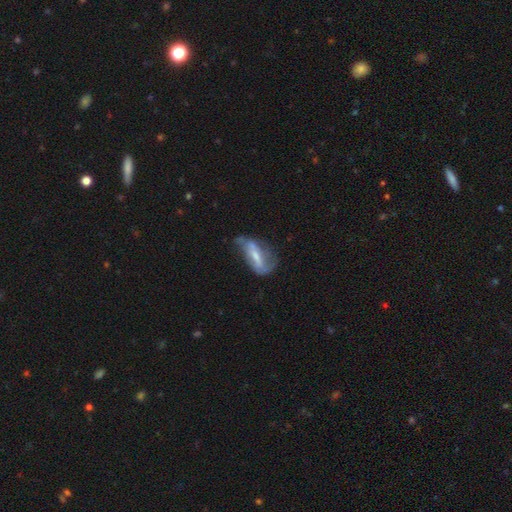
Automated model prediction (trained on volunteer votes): smooth-or-featured: featured or disk: 59% | smooth: 34% | star or artifact: 7%
  disk-edge-on: no: 88% | yes: 12%
    bar: strong: 37% (tied) | weak: 37% (tied) | no: 26%
    has-spiral-arms: yes: 62% | no: 38%
    bulge-size: small: 39% (tied) | moderate: 39% (tied) | none: 15% | large: 6% | dominant: 1%
  merging: none: 35% | minor disturbance: 32% | major disturbance: 28% | merger: 5%